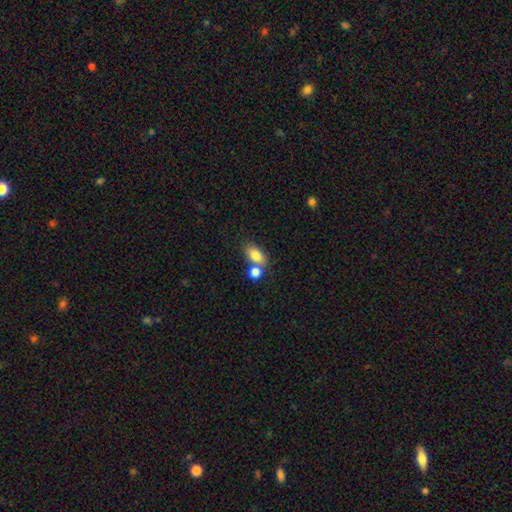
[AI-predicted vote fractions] Smooth or featured? smooth (81%)
How rounded? in between (82%)
Merging? none (48%)